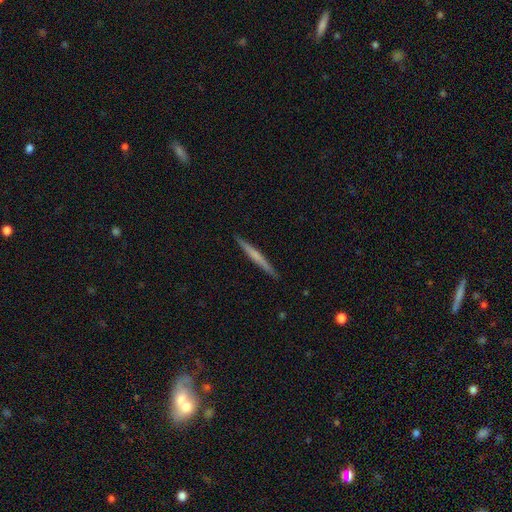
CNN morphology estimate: Overall: featured or disk (48%; smooth 47%). Merging: none (91%).